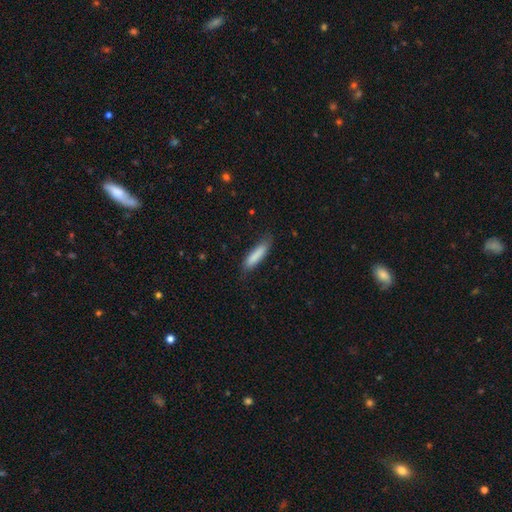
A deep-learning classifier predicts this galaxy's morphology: smooth_or_featured: smooth (p=0.85) [alt: featured or disk p=0.10]
how_rounded: cigar-shaped (p=0.73) [alt: in between p=0.26]
merging: none (p=0.76) [alt: minor disturbance p=0.19]